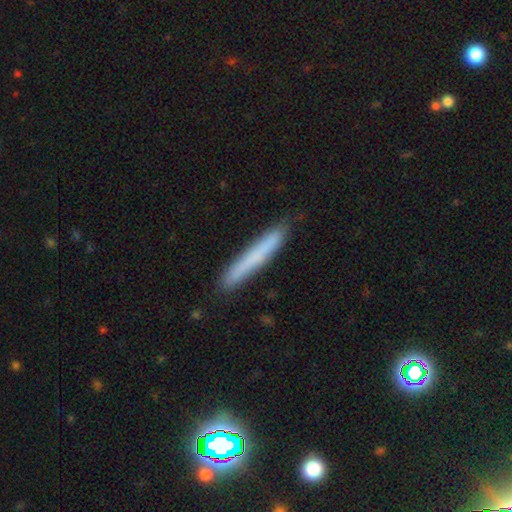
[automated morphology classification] smooth-or-featured: smooth: 69% | featured or disk: 23% | star or artifact: 8%
  how-rounded: cigar-shaped: 96% | in between: 3% | round: 1%
  merging: none: 87% | minor disturbance: 10% | major disturbance: 2% | merger: 1%